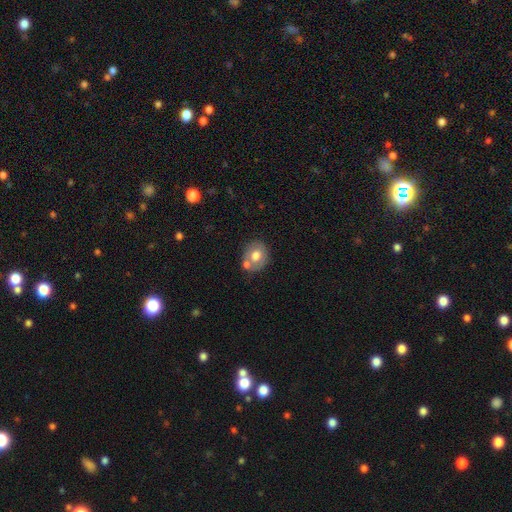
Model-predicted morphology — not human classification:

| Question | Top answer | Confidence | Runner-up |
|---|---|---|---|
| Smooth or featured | smooth | 66% | featured or disk (26%) |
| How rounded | round | 63% | in between (36%) |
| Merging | none | 54% | merger (28%) |